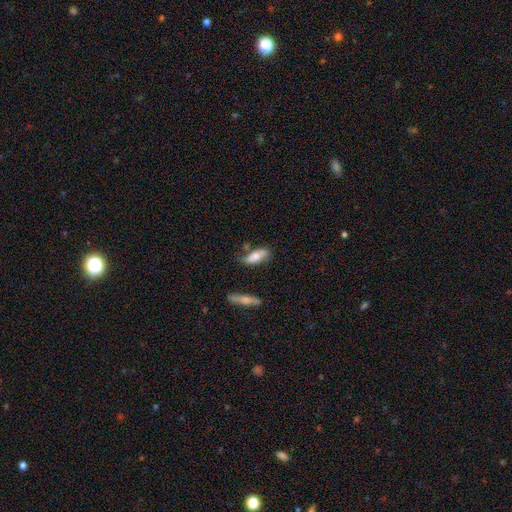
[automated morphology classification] A smooth galaxy with no disk features (62%) that is in between round and cigar-shaped (72%).

Vote fractions:
- Smooth or featured? smooth: 62% / featured or disk: 31% / star or artifact: 7%
- How rounded? in between: 72% / cigar-shaped: 25% / round: 3%
- Merging? none: 51% / minor disturbance: 28% / merger: 11% / major disturbance: 10%